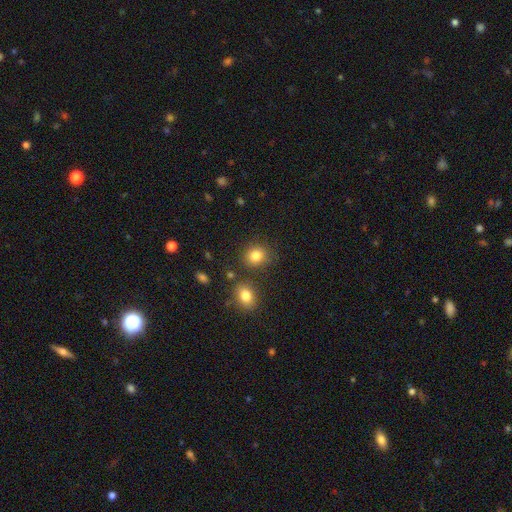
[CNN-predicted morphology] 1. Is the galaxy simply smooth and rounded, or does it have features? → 83% smooth, 11% star or artifact, 6% featured or disk.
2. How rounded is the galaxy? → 74% round, 25% in between, 1% cigar-shaped.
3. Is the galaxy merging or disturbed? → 81% none, 9% minor disturbance, 6% merger, 3% major disturbance.